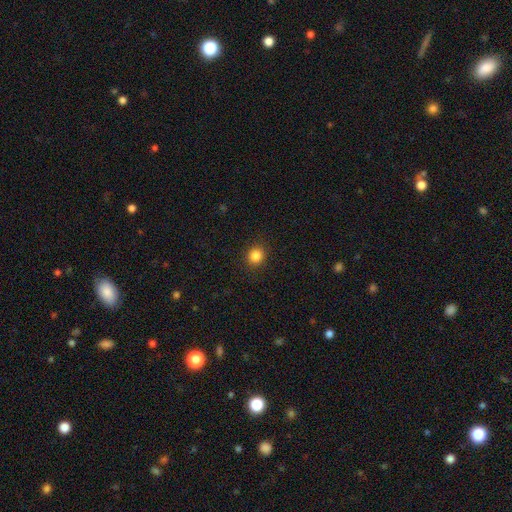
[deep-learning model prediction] Morphology: type=smooth (84%); roundness=round (86%); merging=none (91%).